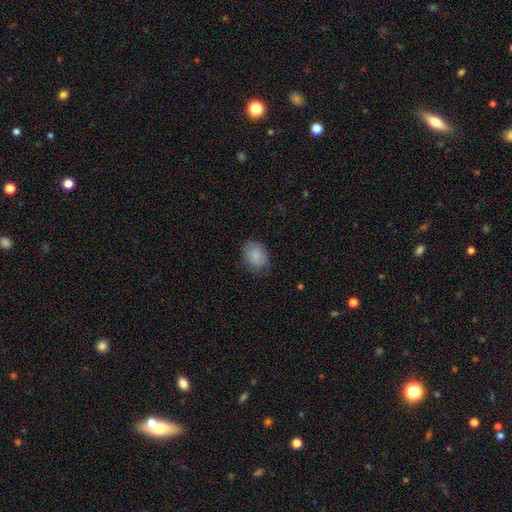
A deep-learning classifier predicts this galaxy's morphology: Q: Smooth or featured?
A: smooth (85%); runner-up: featured or disk (8%)
Q: How rounded?
A: in between (64%); runner-up: round (35%)
Q: Merging?
A: none (75%); runner-up: minor disturbance (20%)